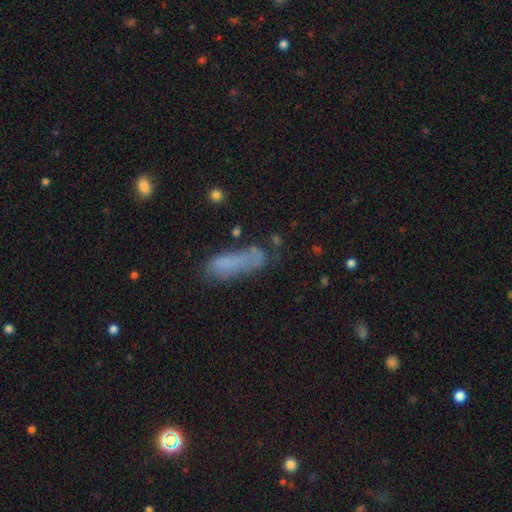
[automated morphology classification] Smooth or featured? Predicted: smooth (p=0.67). How rounded? Predicted: cigar-shaped (p=0.57). Merging? Predicted: none (p=0.49).